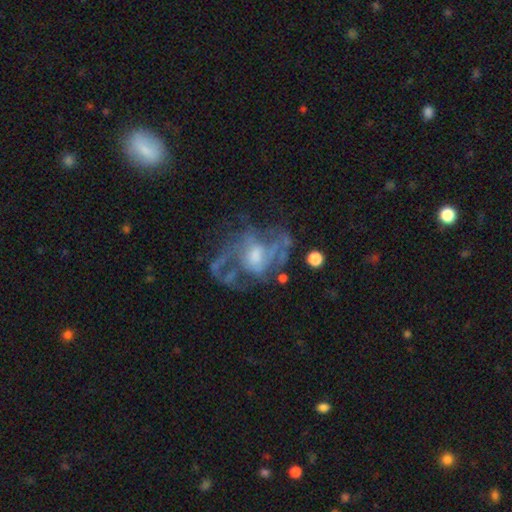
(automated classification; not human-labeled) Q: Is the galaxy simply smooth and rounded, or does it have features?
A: featured or disk — 78%.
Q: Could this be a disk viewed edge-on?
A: no — 97%.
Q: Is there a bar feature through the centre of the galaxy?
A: no — 60%.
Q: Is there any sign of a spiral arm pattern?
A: yes — 73%.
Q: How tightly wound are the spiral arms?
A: medium — 43%.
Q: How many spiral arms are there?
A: can't tell — 35%.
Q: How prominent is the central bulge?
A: moderate — 51%.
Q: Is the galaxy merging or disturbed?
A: none — 41%.